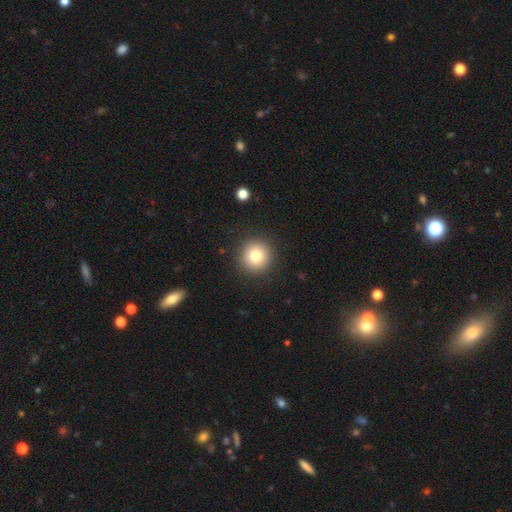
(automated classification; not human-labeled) Morphology: type=smooth (80%); roundness=round (94%); merging=none (91%).